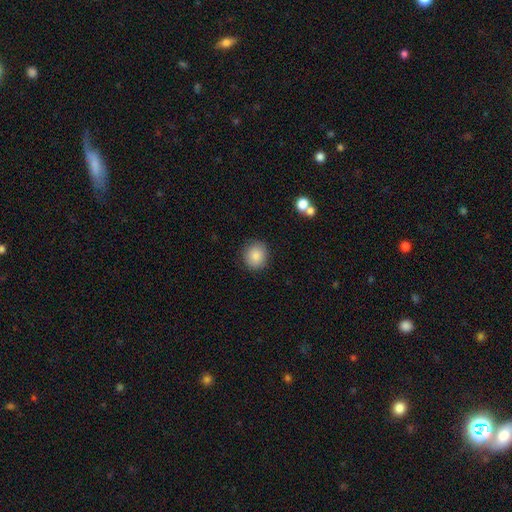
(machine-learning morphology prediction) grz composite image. It shows a smooth galaxy with no disk features (87%) that is round (88%). Merging: none (89%).